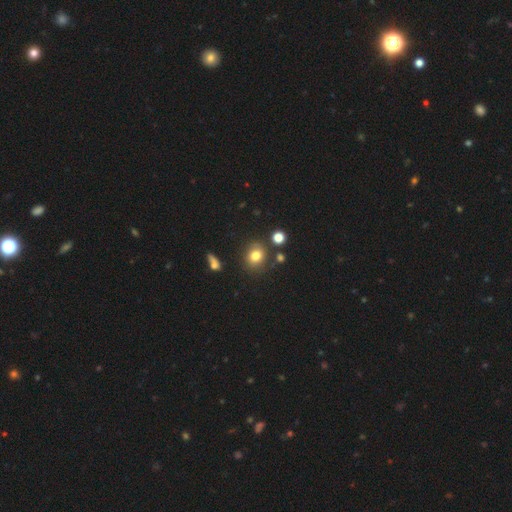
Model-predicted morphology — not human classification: The model was most divided on "how rounded": round: 64%, in between: 35%, cigar-shaped: 1%. More confident: smooth or featured — smooth (78%); merging — none (76%).